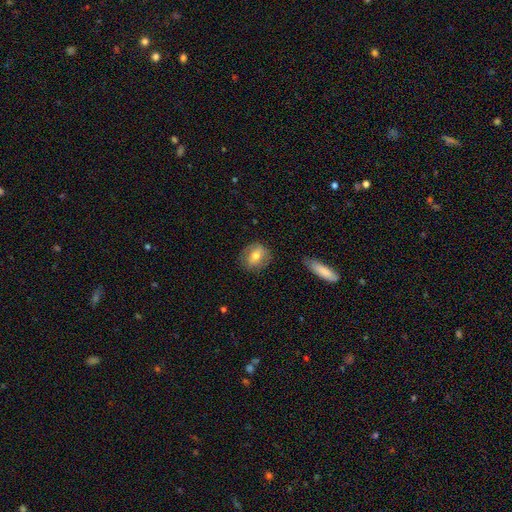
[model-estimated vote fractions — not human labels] smooth 63%, featured or disk 29%, star or artifact 8%. Down the decision tree: how rounded — round (56%); merging — none (77%).